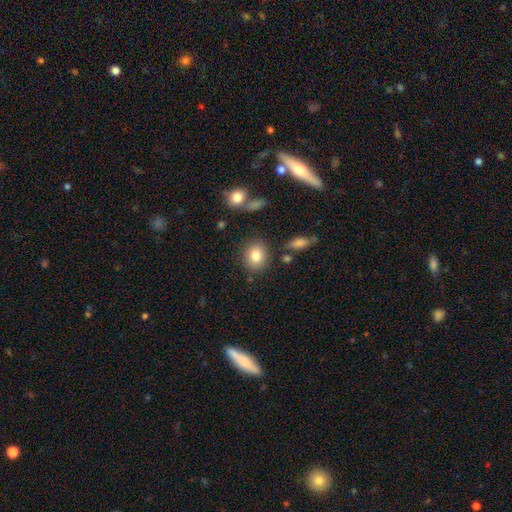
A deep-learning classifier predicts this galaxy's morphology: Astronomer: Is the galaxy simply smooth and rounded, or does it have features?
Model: smooth — 82%.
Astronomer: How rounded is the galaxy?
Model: round — 67%.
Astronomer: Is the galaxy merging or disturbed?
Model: none — 83%.